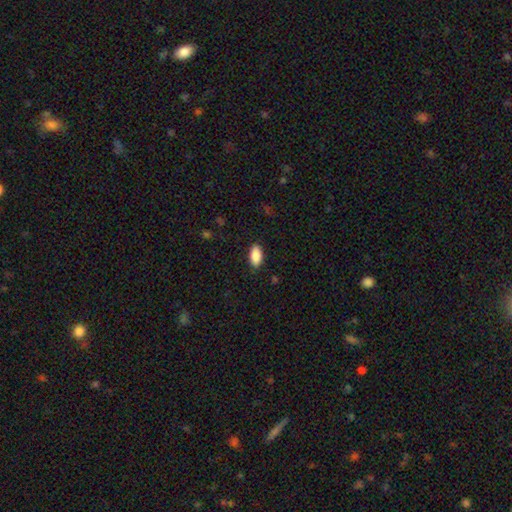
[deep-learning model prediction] A smooth galaxy with no disk features (89%) that is in between round and cigar-shaped (94%). Merging: none (88%).